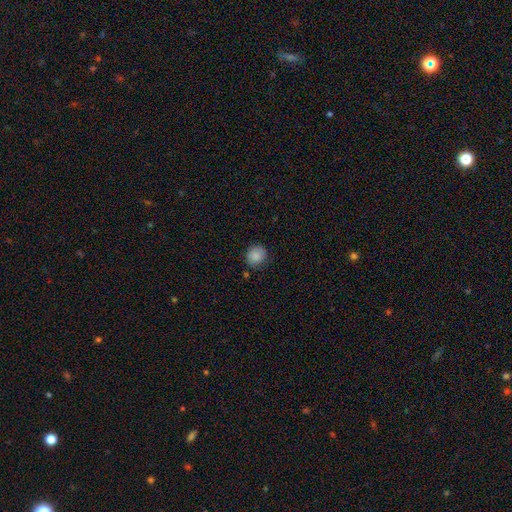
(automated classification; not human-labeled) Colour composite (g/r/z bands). It shows a smooth galaxy with no disk features (86%) that is round (85%). Merging: none (82%).